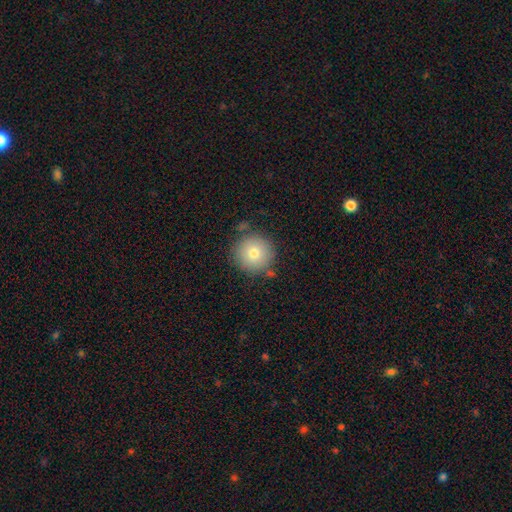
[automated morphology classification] type=smooth (77%); roundness=round (96%); merging=none (82%).